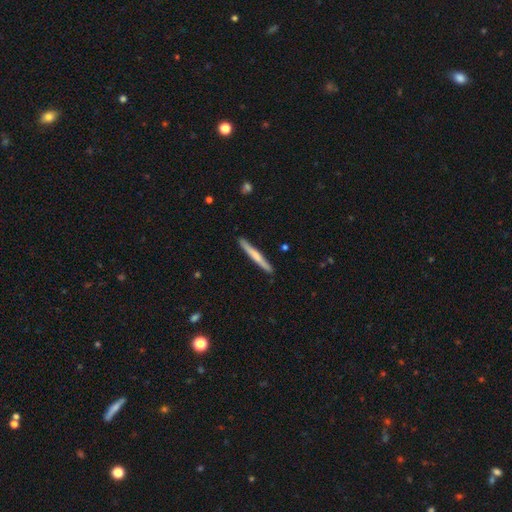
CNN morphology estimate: Q: Smooth or featured?
A: smooth (56%); runner-up: featured or disk (39%)
Q: How rounded?
A: cigar-shaped (97%); runner-up: in between (2%)
Q: Merging?
A: none (91%); runner-up: minor disturbance (7%)